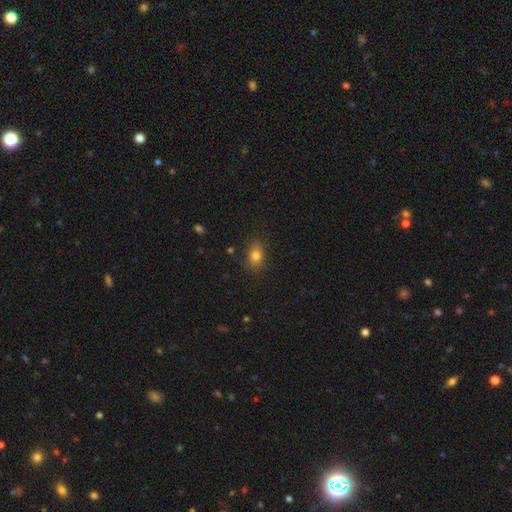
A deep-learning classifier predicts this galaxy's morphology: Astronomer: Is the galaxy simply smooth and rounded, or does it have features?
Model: smooth — 81%.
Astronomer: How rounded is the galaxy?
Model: in between — 74%.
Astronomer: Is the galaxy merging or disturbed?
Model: none — 81%.